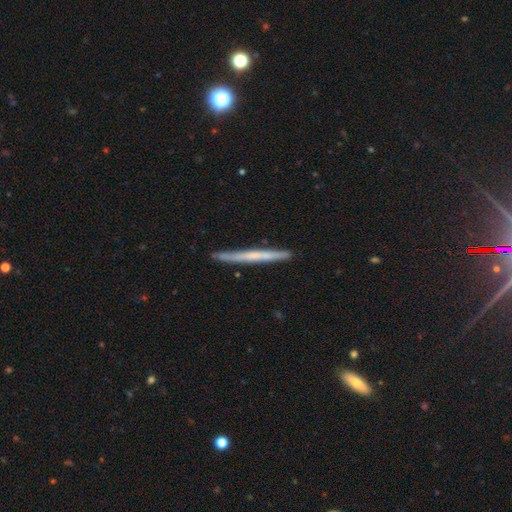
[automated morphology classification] The model was most divided on "smooth or featured": featured or disk: 51%, smooth: 43%, star or artifact: 6%. More confident: edge-on disk — yes (97%); merging — none (90%).